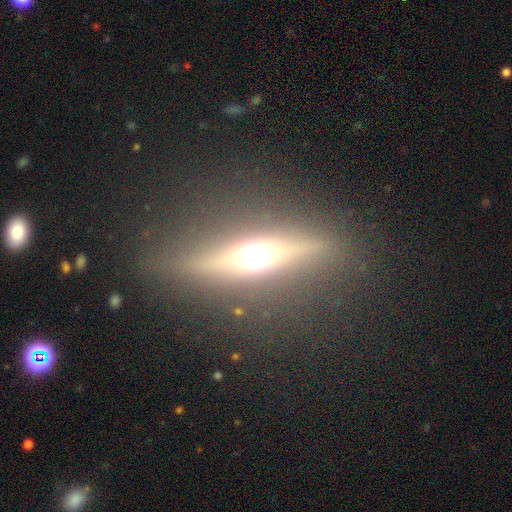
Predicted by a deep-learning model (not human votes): smooth_or_featured: featured or disk (p=0.72) [alt: smooth p=0.19]
disk_edge_on: yes (p=0.92) [alt: no p=0.08]
edge_on_bulge: rounded (p=0.93) [alt: boxy p=0.04]
merging: none (p=0.86) [alt: minor disturbance p=0.09]